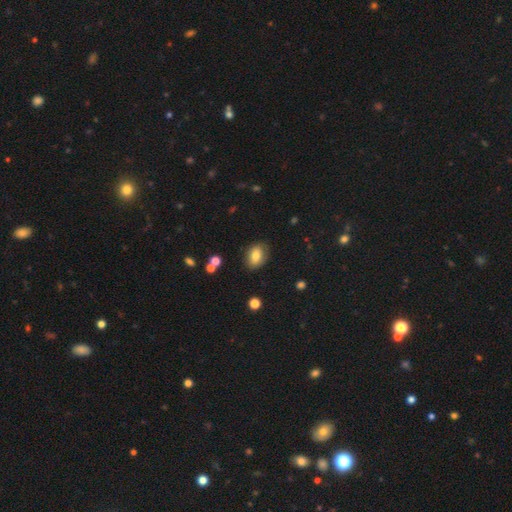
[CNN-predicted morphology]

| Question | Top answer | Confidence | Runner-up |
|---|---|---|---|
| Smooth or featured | smooth | 78% | featured or disk (14%) |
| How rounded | in between | 79% | round (19%) |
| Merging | none | 81% | minor disturbance (13%) |